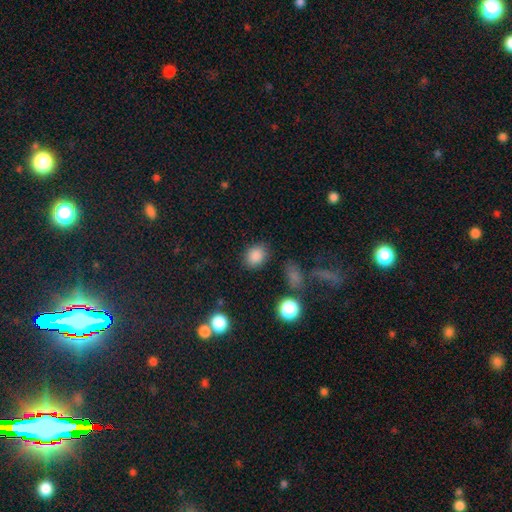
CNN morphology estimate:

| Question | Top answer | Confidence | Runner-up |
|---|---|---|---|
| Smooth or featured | smooth | 85% | star or artifact (11%) |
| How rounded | in between | 50% | round (49%) |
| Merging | none | 82% | minor disturbance (11%) |